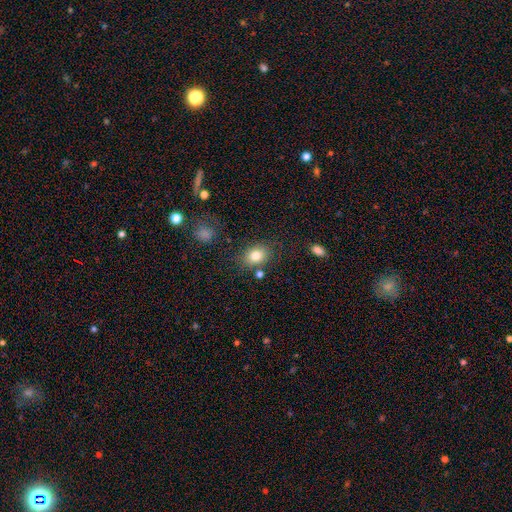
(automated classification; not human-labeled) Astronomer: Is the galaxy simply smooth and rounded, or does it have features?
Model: smooth — 81%.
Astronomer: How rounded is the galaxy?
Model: in between — 64%.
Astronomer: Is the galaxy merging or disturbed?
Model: none — 76%.